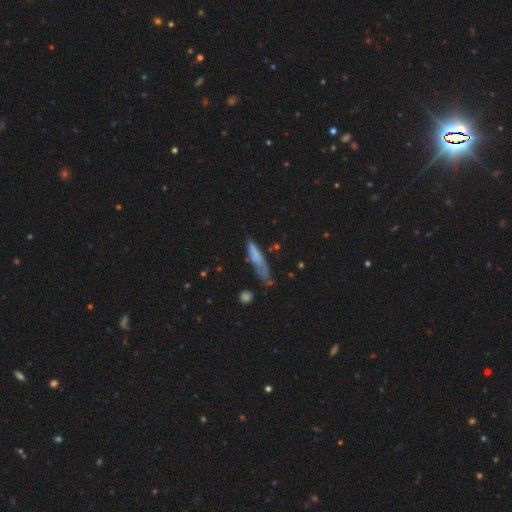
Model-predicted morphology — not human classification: type=smooth (65%); roundness=cigar-shaped (84%); merging=none (51%).